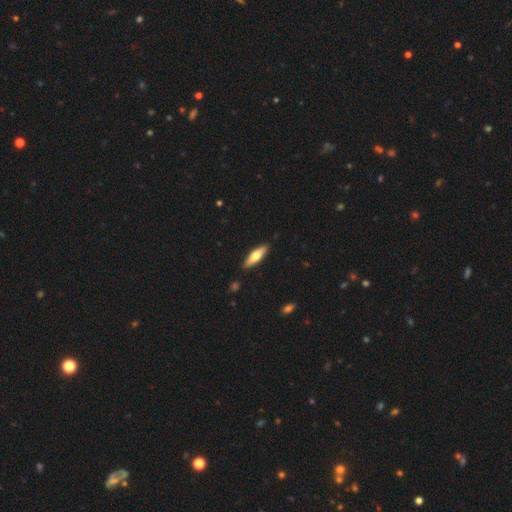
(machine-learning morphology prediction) Q: Smooth or featured?
A: smooth (58%); runner-up: featured or disk (37%)
Q: How rounded?
A: cigar-shaped (61%); runner-up: in between (37%)
Q: Merging?
A: none (89%); runner-up: minor disturbance (8%)